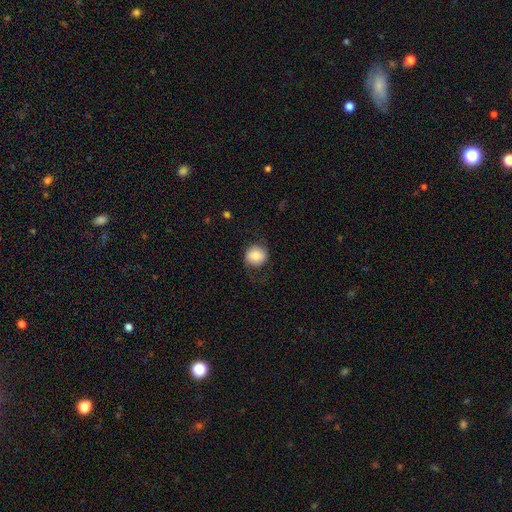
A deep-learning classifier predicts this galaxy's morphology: Q: Smooth or featured?
A: smooth (77%); runner-up: featured or disk (15%)
Q: How rounded?
A: round (87%); runner-up: in between (12%)
Q: Merging?
A: none (74%); runner-up: minor disturbance (16%)